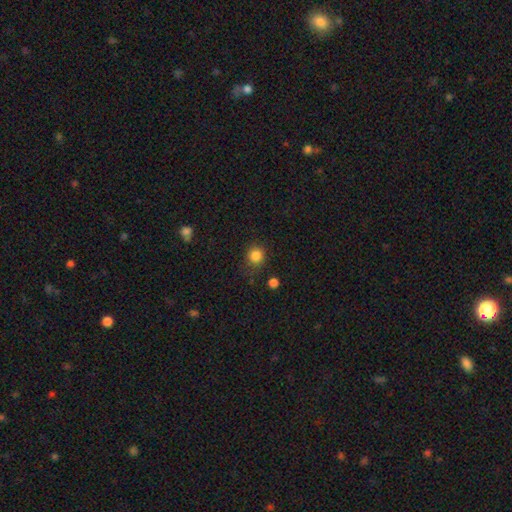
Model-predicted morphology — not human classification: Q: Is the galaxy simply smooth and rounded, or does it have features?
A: smooth — 84%.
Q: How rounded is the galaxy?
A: round — 87%.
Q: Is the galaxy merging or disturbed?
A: none — 77%.